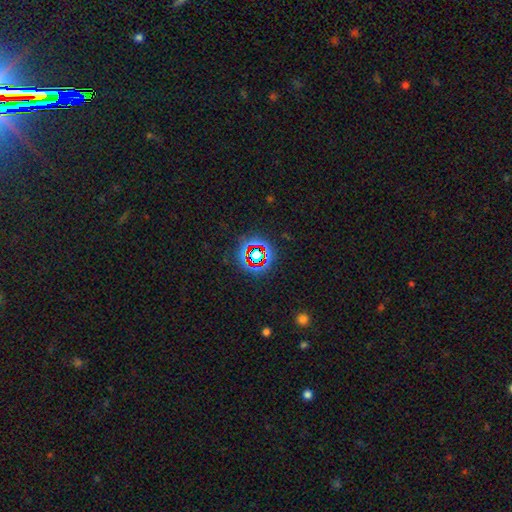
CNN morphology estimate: The model was most divided on "smooth or featured": star or artifact: 73%, smooth: 16%, featured or disk: 11%.